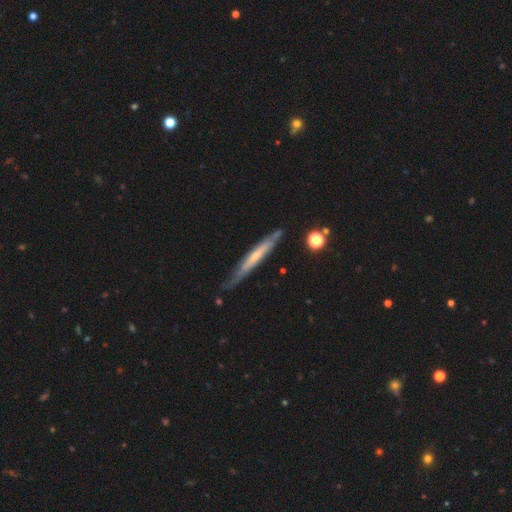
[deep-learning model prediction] A featured or disk galaxy (60%) viewed edge-on (85%) with no central bulge (63%). Merging: none (71%).